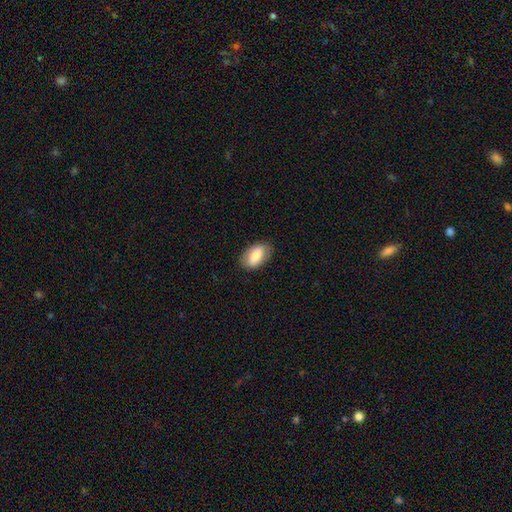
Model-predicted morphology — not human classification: Smooth or featured? smooth (77%)
How rounded? in between (92%)
Merging? none (81%)